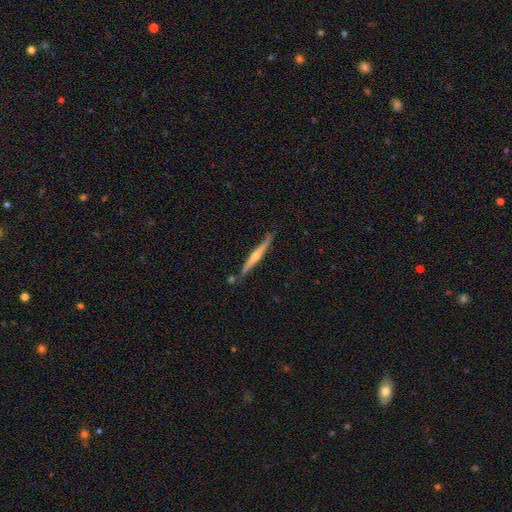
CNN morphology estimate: A featured or disk galaxy (73%) viewed edge-on (97%) with a rounded central bulge (84%).

Vote fractions:
- Smooth or featured? featured or disk: 73% / smooth: 21% / star or artifact: 5%
- Edge-on disk? yes: 97% / no: 3%
- Edge-on bulge? rounded: 84% / none: 13% / boxy: 3%
- Merging? none: 82% / minor disturbance: 12% / merger: 4% / major disturbance: 2%